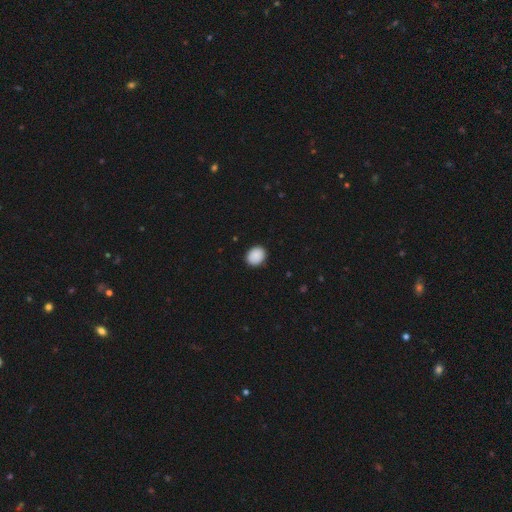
Q: Smooth or featured?
A: smooth (95%); runner-up: star or artifact (5%)
Q: How rounded?
A: round (53%); runner-up: in between (47%)
Q: Merging?
A: none (92%); runner-up: minor disturbance (8%)